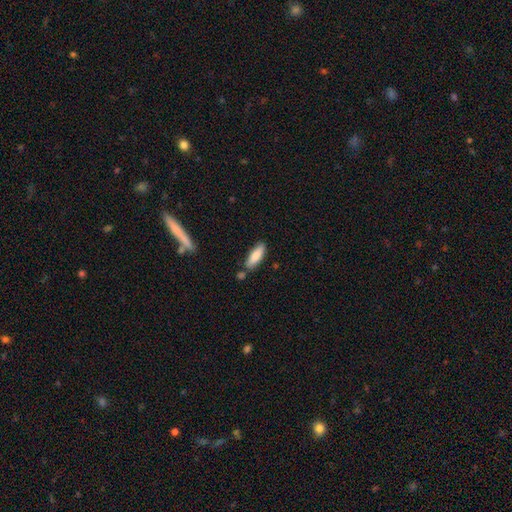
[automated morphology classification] smooth-or-featured: smooth: 84% | featured or disk: 10% | star or artifact: 6%
  how-rounded: in between: 55% | cigar-shaped: 43% | round: 2%
  merging: none: 77% | minor disturbance: 14% | merger: 7% | major disturbance: 3%